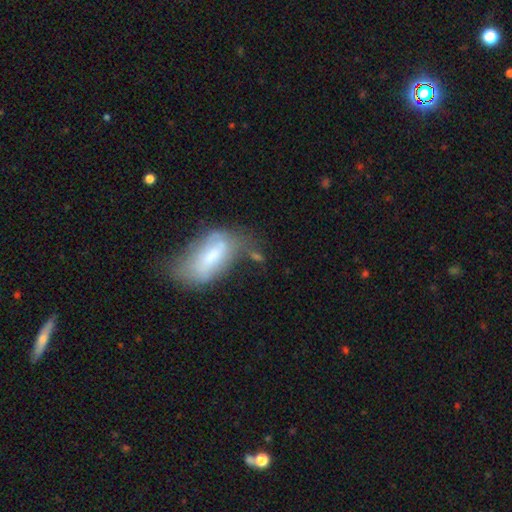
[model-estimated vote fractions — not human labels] This is possibly a smooth galaxy (53%). How rounded: clearly in between (81%). Merging: marginally none (34%).